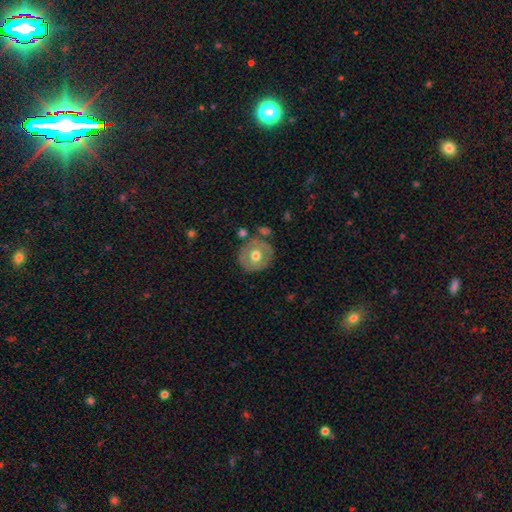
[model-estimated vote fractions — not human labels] Smooth or featured: smooth — 49% (featured or disk — 44%)
Merging: none — 76% (minor disturbance — 14%)